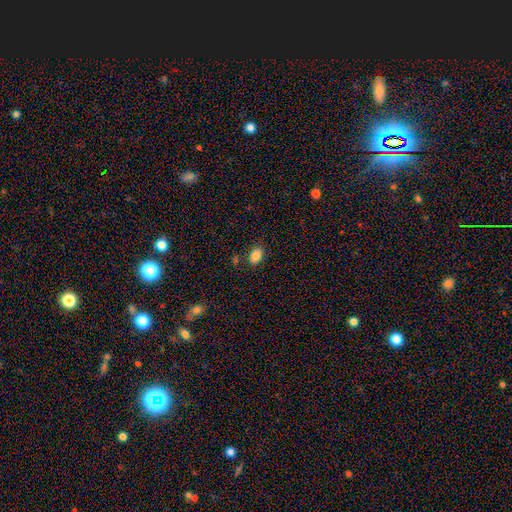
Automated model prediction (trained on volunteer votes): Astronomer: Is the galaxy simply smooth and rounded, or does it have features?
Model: smooth — 85%.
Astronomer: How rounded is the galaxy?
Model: in between — 86%.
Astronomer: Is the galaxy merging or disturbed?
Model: none — 80%.